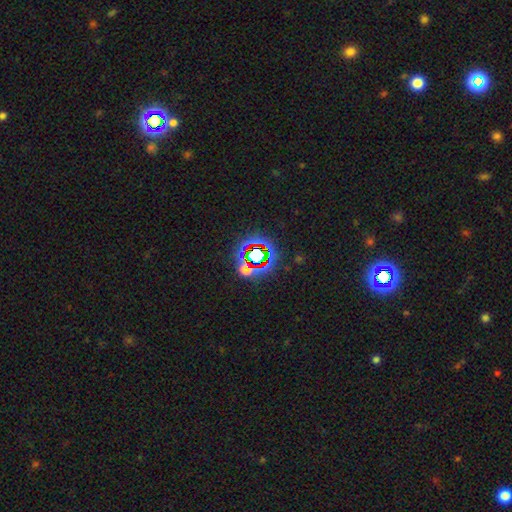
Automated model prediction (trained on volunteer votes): A star or artifact, not a galaxy (68%).